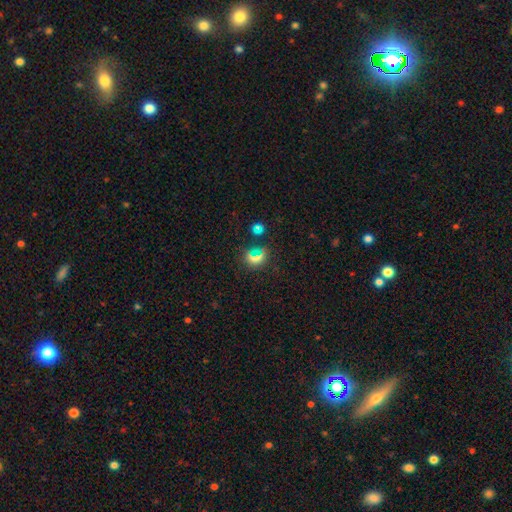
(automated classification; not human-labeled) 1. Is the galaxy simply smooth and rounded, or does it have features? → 59% smooth, 32% star or artifact, 10% featured or disk.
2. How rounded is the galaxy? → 71% round, 26% in between, 3% cigar-shaped.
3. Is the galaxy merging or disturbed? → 79% none, 12% minor disturbance, 5% major disturbance, 4% merger.